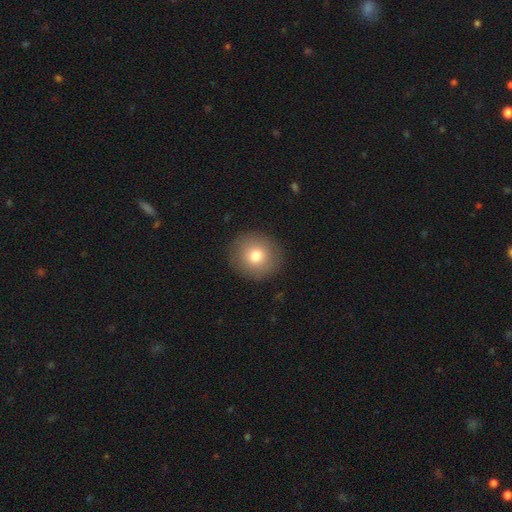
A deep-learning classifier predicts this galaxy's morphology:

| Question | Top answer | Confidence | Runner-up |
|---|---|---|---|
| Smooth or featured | smooth | 79% | featured or disk (12%) |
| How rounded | round | 92% | in between (7%) |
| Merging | none | 90% | minor disturbance (6%) |